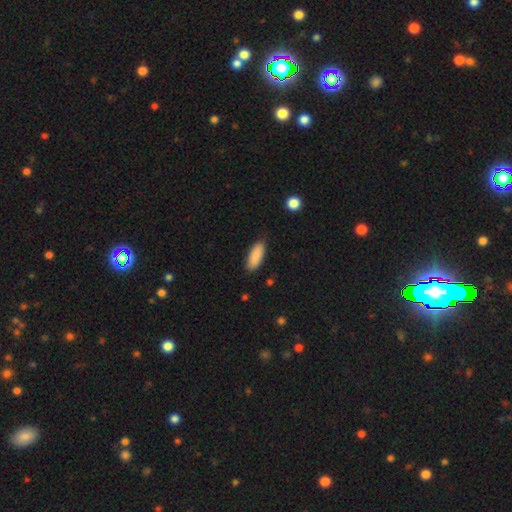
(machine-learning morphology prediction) This appears to be a smooth galaxy with no disk features (89%) that is in between round and cigar-shaped (74%). Merging: none (83%).